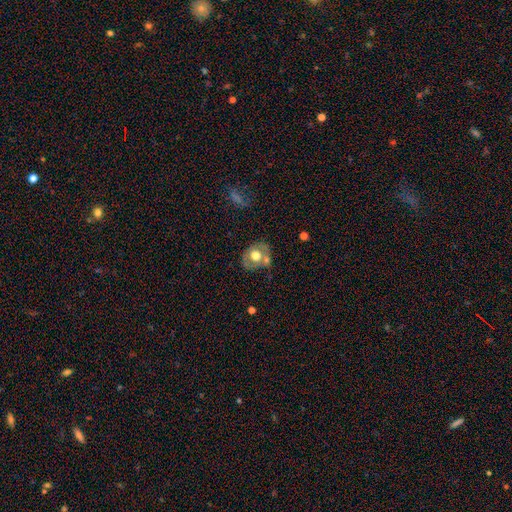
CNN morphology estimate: smooth-or-featured: smooth: 53% | featured or disk: 39% | star or artifact: 8%
  how-rounded: round: 61% | in between: 37% | cigar-shaped: 1%
  merging: none: 57% | merger: 19% | minor disturbance: 18% | major disturbance: 6%